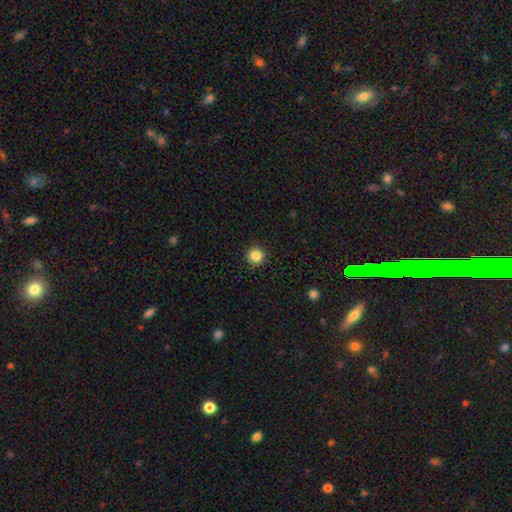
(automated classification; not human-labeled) The model was most divided on "smooth or featured": smooth: 86%, star or artifact: 11%, featured or disk: 4%. More confident: how rounded — round (96%); merging — none (92%).